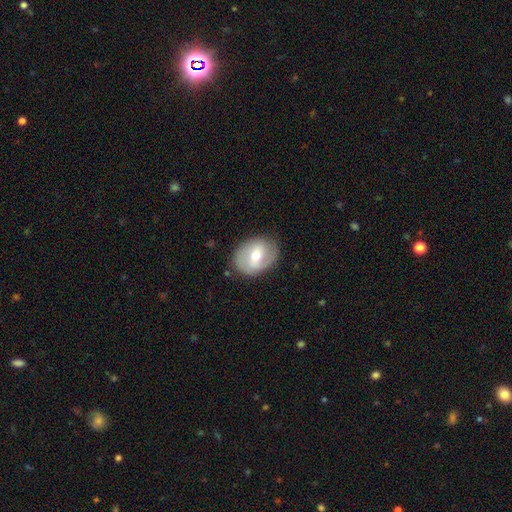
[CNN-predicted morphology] smooth_or_featured: featured or disk (p=0.53) [alt: smooth p=0.40]
disk_edge_on: no (p=0.95) [alt: yes p=0.05]
bar: weak (p=0.47) [alt: strong p=0.27]
has_spiral_arms: yes (p=0.60) [alt: no p=0.40]
bulge_size: moderate (p=0.67) [alt: small p=0.26]
merging: none (p=0.79) [alt: minor disturbance p=0.15]